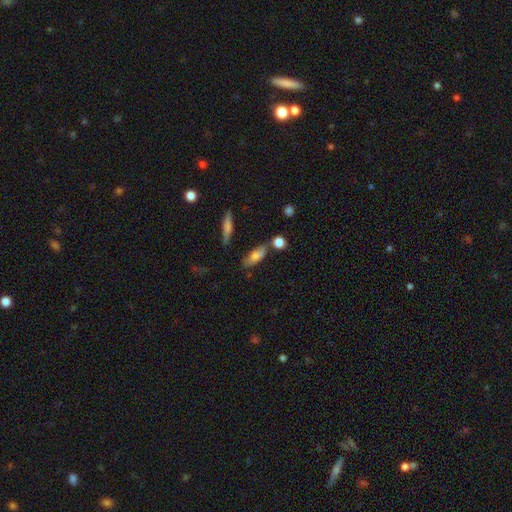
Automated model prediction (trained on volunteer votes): This is likely a smooth galaxy (71%). How rounded: likely in between (61%). Merging: likely none (61%).